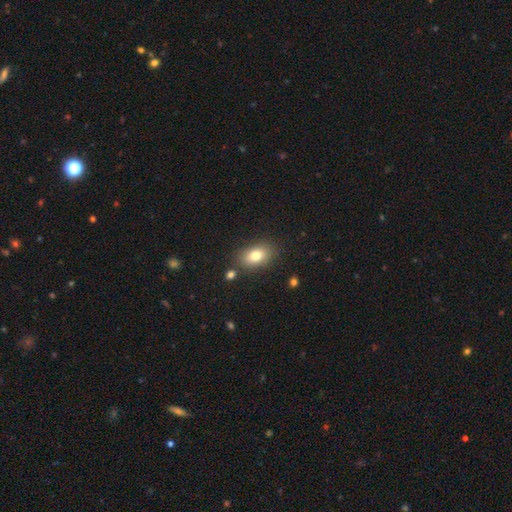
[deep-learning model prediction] This appears to be a smooth galaxy with no disk features (79%) that is in between round and cigar-shaped (86%). Merging: none (81%).